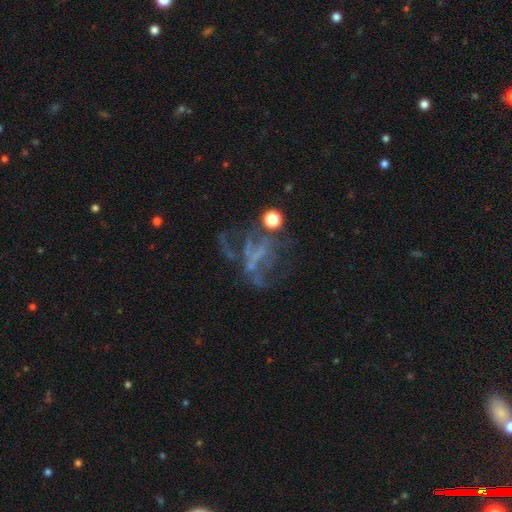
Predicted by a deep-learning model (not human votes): smooth_or_featured: featured or disk (p=0.53) [alt: star or artifact p=0.31]
disk_edge_on: no (p=0.95) [alt: yes p=0.05]
merging: major disturbance (p=0.42) [alt: none p=0.33]